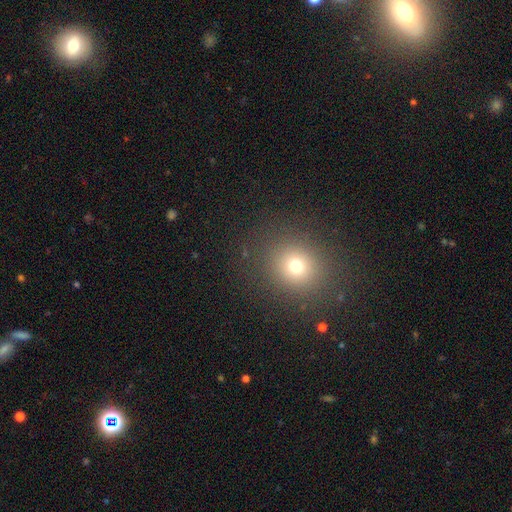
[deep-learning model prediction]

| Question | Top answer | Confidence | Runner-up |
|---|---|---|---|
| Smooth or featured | smooth | 63% | star or artifact (28%) |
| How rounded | round | 82% | in between (17%) |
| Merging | none | 90% | minor disturbance (6%) |